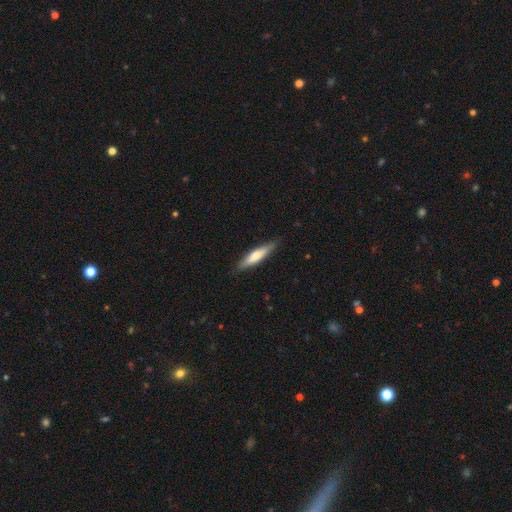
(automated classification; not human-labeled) This is possibly a smooth galaxy (60%). How rounded: clearly cigar-shaped (82%). Merging: clearly none (88%).